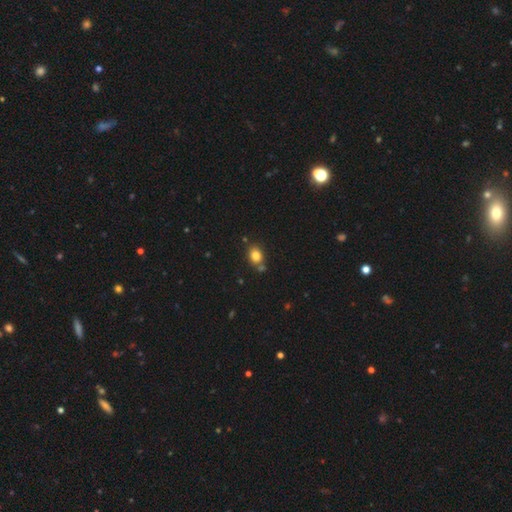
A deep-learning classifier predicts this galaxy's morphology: Smooth or featured?
  - smooth: 82% *
  - star or artifact: 11%
  - featured or disk: 7%
How rounded?
  - in between: 57% *
  - round: 42%
  - cigar-shaped: 1%
Merging?
  - none: 71% *
  - merger: 13%
  - minor disturbance: 13%
  - major disturbance: 3%